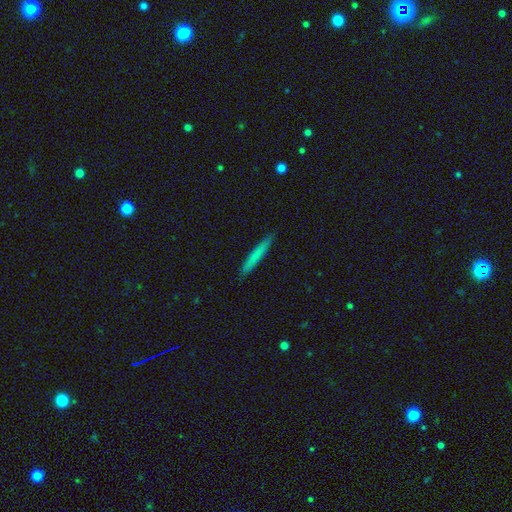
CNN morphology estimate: smooth_or_featured: smooth (p=0.73) [alt: featured or disk p=0.21]
how_rounded: cigar-shaped (p=0.96) [alt: in between p=0.03]
merging: none (p=0.91) [alt: minor disturbance p=0.07]